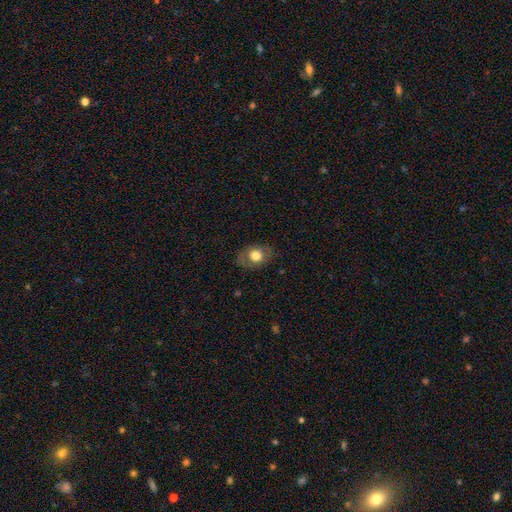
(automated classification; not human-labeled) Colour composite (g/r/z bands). It shows a smooth galaxy with no disk features (65%) that is in between round and cigar-shaped (61%). Merging: none (78%).